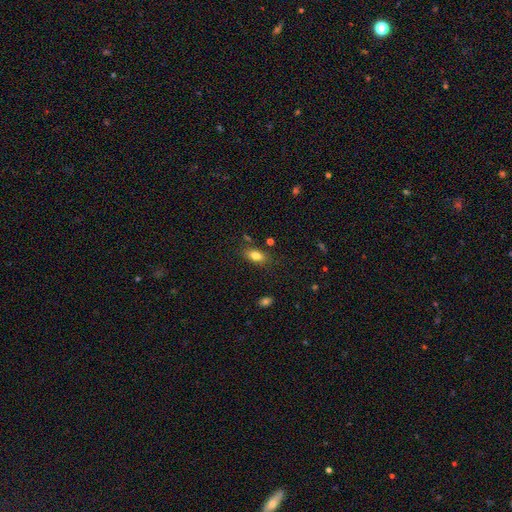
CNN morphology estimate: The model was most divided on "merging": none: 79%, minor disturbance: 13%, merger: 4%, major disturbance: 3%. More confident: how rounded — in between (87%); smooth or featured — smooth (80%).